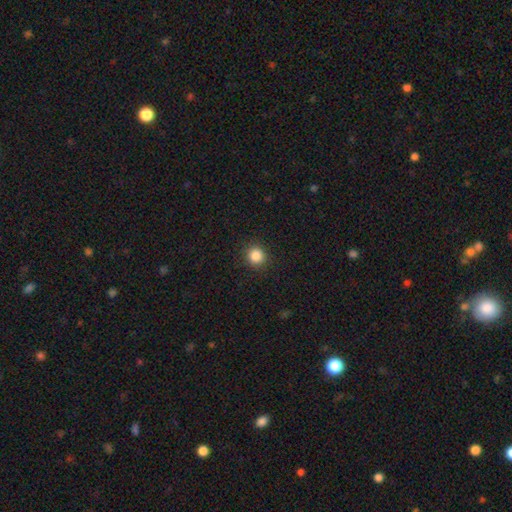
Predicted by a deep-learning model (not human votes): This appears to be a smooth galaxy with no disk features (86%) that is round (93%). Merging: none (91%).